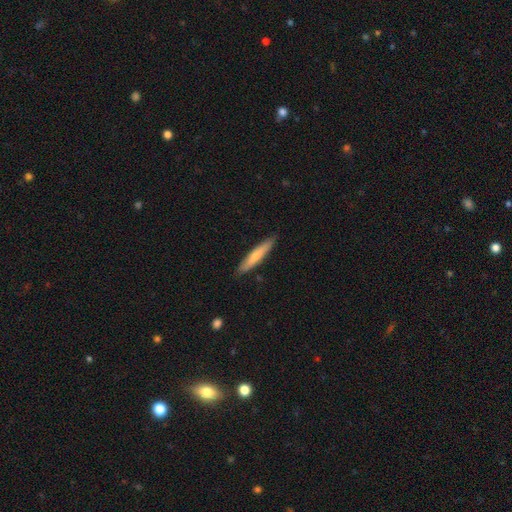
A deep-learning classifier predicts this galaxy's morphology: smooth-or-featured: smooth: 67% | featured or disk: 28% | star or artifact: 5%
  how-rounded: cigar-shaped: 90% | in between: 9% | round: 1%
  merging: none: 87% | minor disturbance: 10% | major disturbance: 2% | merger: 1%